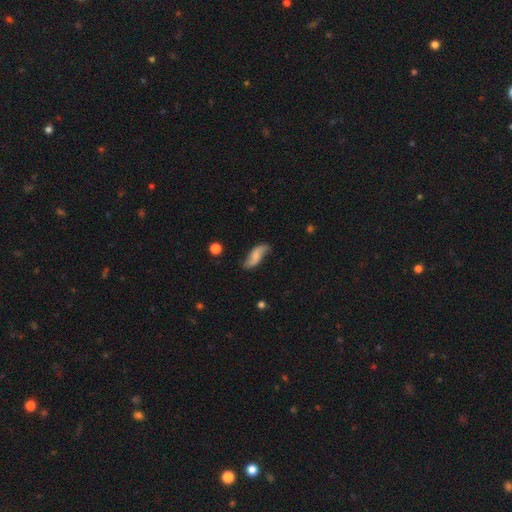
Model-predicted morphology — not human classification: type=featured or disk (49%); merging=none (72%).